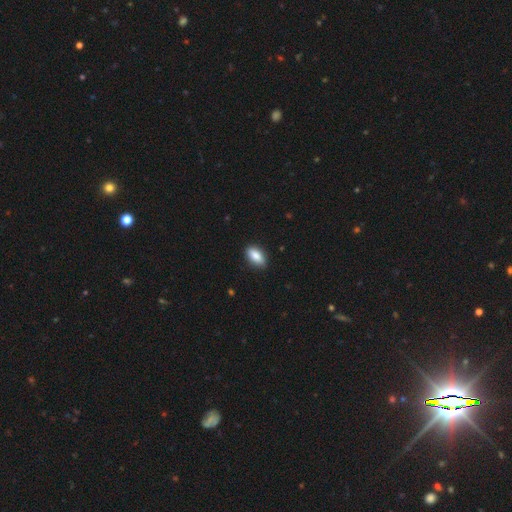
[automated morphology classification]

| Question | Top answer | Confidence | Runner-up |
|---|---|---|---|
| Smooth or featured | smooth | 85% | featured or disk (8%) |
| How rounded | in between | 88% | cigar-shaped (9%) |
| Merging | none | 87% | minor disturbance (10%) |